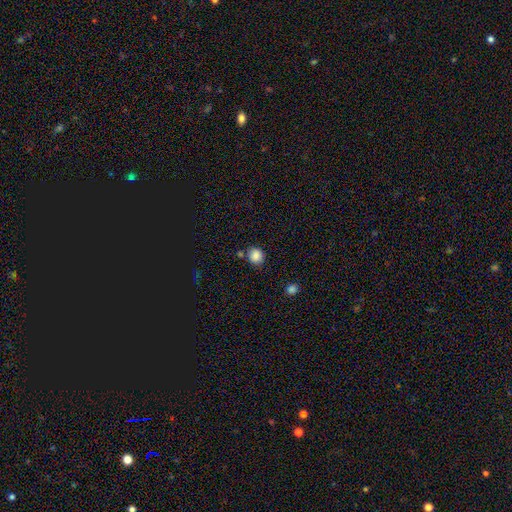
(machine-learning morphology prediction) This appears to be a smooth galaxy with no disk features (86%) that is round (88%). Merging: none (78%).